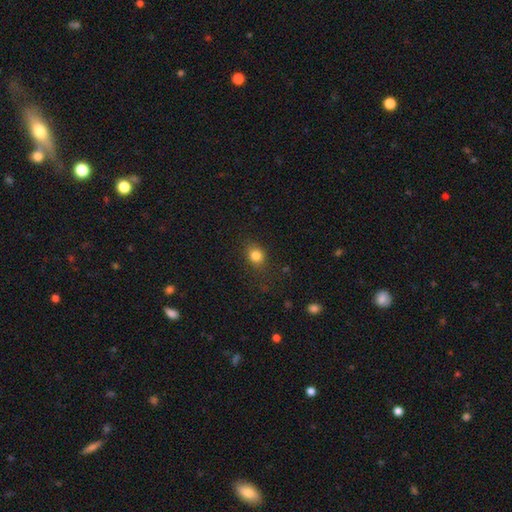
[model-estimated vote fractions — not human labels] This appears to be a smooth galaxy with no disk features (82%) that is round (65%). Merging: none (78%).